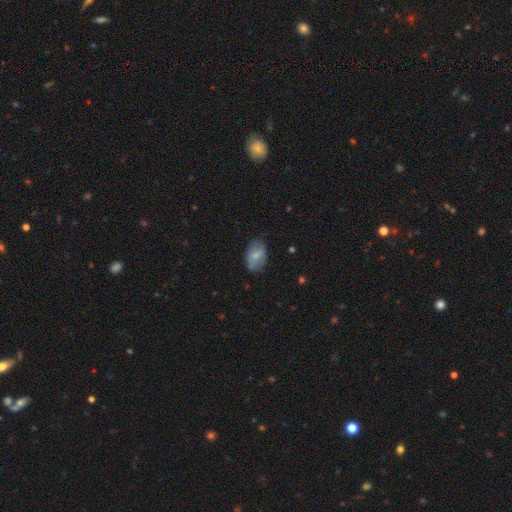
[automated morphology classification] smooth_or_featured: smooth (p=0.75) [alt: featured or disk p=0.18]
how_rounded: in between (p=0.90) [alt: round p=0.08]
merging: none (p=0.72) [alt: minor disturbance p=0.22]